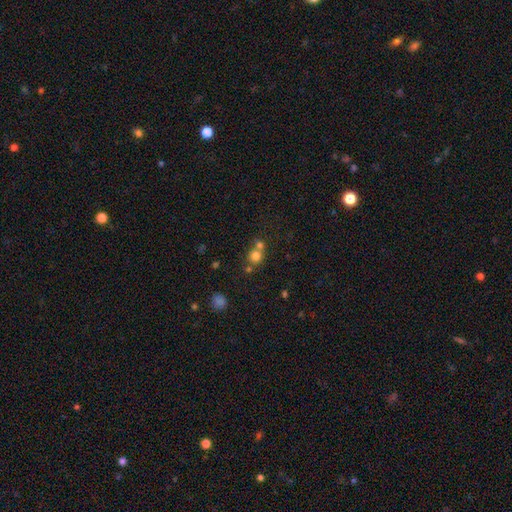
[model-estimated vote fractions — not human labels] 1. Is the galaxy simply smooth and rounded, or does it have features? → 76% smooth, 15% star or artifact, 9% featured or disk.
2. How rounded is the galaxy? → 88% round, 11% in between, 1% cigar-shaped.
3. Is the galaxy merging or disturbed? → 47% none, 43% merger, 6% minor disturbance, 3% major disturbance.